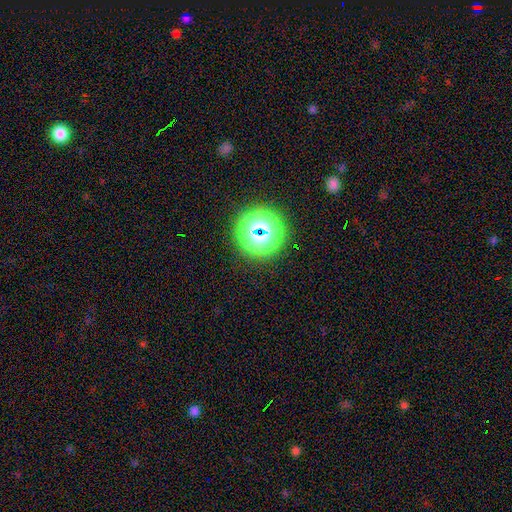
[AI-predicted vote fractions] Smooth or featured? star or artifact (79%)